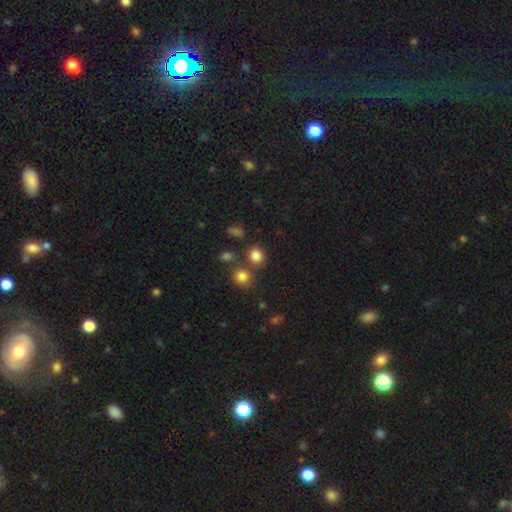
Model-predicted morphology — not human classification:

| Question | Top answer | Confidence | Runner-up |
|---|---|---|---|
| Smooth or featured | smooth | 82% | star or artifact (13%) |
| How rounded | round | 73% | in between (26%) |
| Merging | none | 68% | merger (18%) |